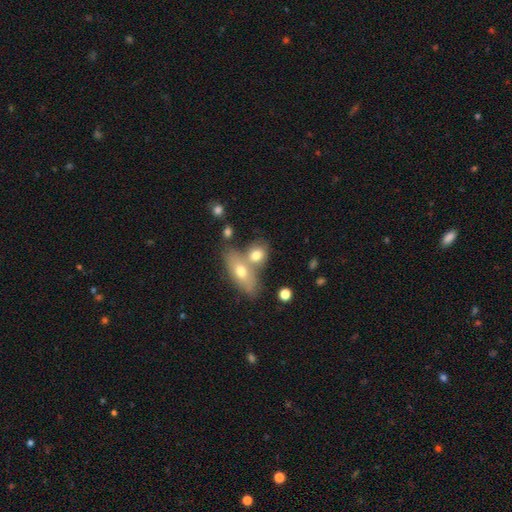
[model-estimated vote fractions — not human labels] Overall: smooth (72%). How rounded: in between (64%; round 30%). Merging: merger (53%; none 33%).